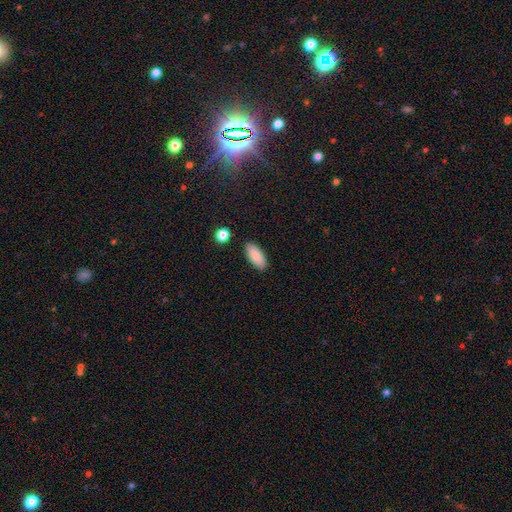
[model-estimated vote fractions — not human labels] This appears to be a smooth galaxy with no disk features (88%) that is in between round and cigar-shaped (86%). Merging: none (87%).